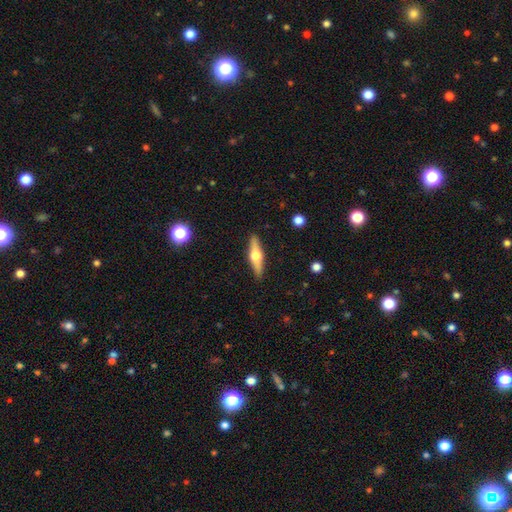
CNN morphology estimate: Smooth or featured? featured or disk (63%)
Edge-on disk? yes (96%)
Edge-on bulge? rounded (95%)
Merging? none (90%)